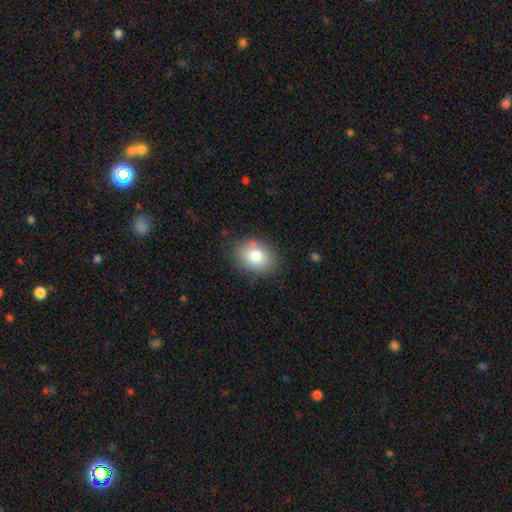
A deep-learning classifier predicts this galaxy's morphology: Overall: smooth (81%). How rounded: in between (69%; round 30%). Merging: none (82%).